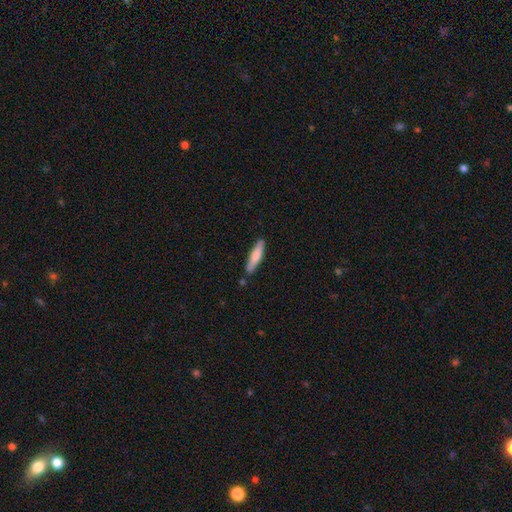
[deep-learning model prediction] Smooth or featured: smooth — 68% (featured or disk — 26%)
How rounded: cigar-shaped — 84% (in between — 14%)
Merging: none — 84% (minor disturbance — 11%)